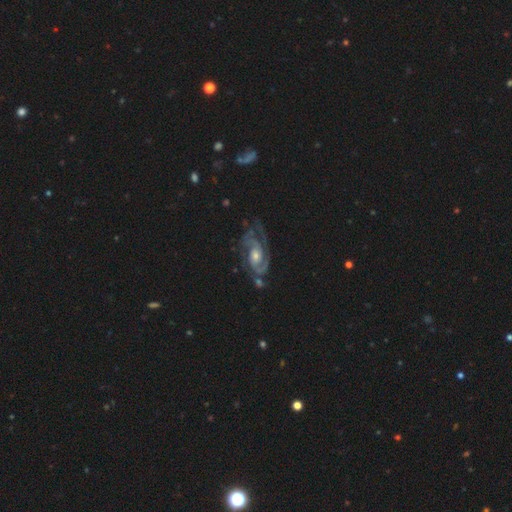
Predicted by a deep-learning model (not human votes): smooth_or_featured: featured or disk (p=0.90) [alt: smooth p=0.05]
disk_edge_on: no (p=0.96) [alt: yes p=0.04]
bar: no (p=0.59) [alt: weak p=0.32]
has_spiral_arms: yes (p=0.97) [alt: no p=0.03]
spiral_winding: tight (p=0.48) [alt: medium p=0.42]
spiral_arm_count: 2 (p=0.69) [alt: 3 p=0.12]
bulge_size: moderate (p=0.62) [alt: small p=0.29]
merging: none (p=0.59) [alt: minor disturbance p=0.22]